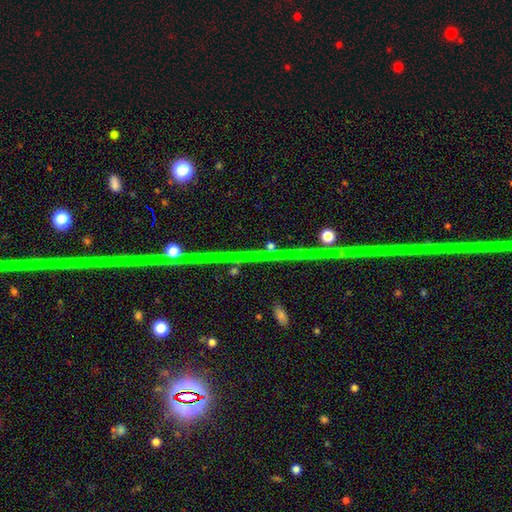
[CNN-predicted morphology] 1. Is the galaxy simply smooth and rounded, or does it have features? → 84% star or artifact, 10% featured or disk, 6% smooth.